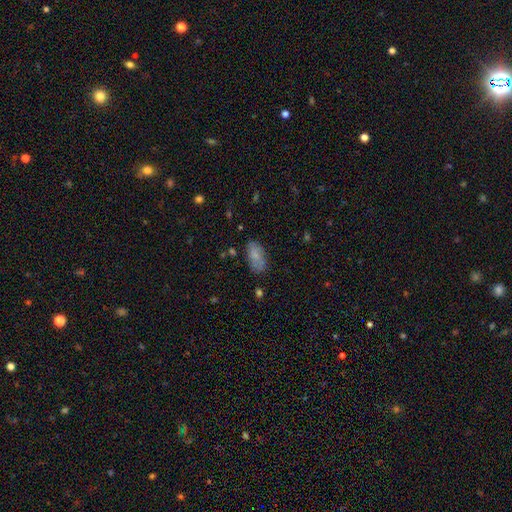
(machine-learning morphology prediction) This is likely a smooth galaxy (77%). How rounded: clearly in between (92%). Merging: likely none (74%).